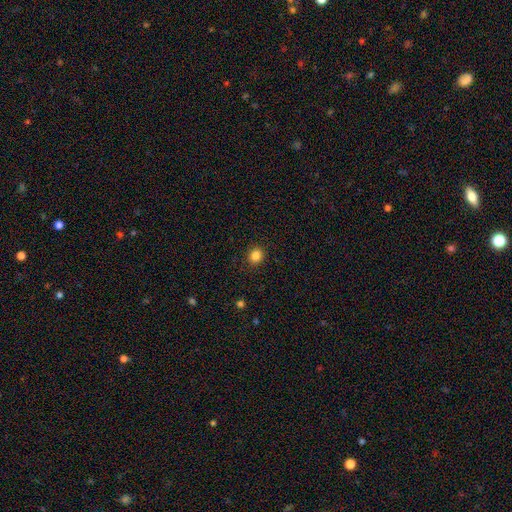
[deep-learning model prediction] The model was most divided on "how rounded": round: 79%, in between: 20%, cigar-shaped: 1%. More confident: merging — none (90%); smooth or featured — smooth (85%).